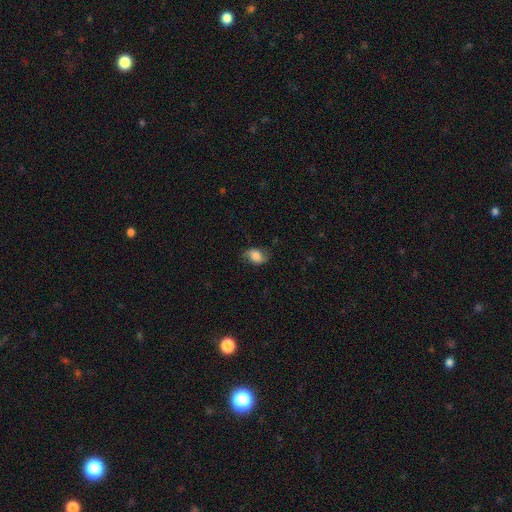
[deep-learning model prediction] Smooth or featured? Predicted: smooth (p=0.65). How rounded? Predicted: in between (p=0.76). Merging? Predicted: none (p=0.69).